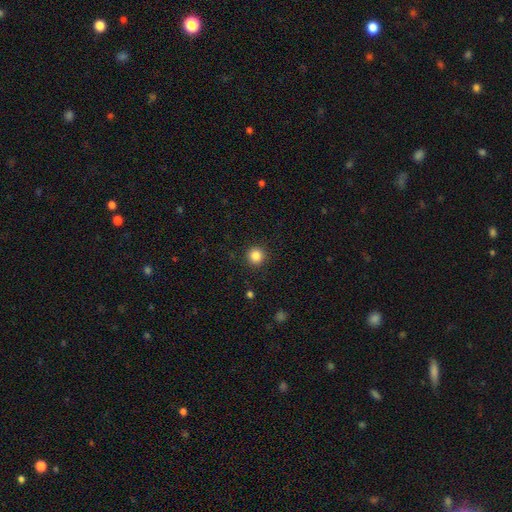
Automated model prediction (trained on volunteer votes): A smooth galaxy with no disk features (85%) that is round (95%). Merging: none (92%).